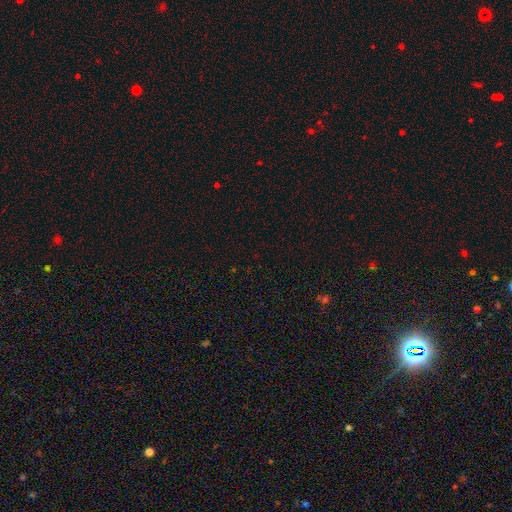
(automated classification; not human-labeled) Overall: star or artifact (70%).